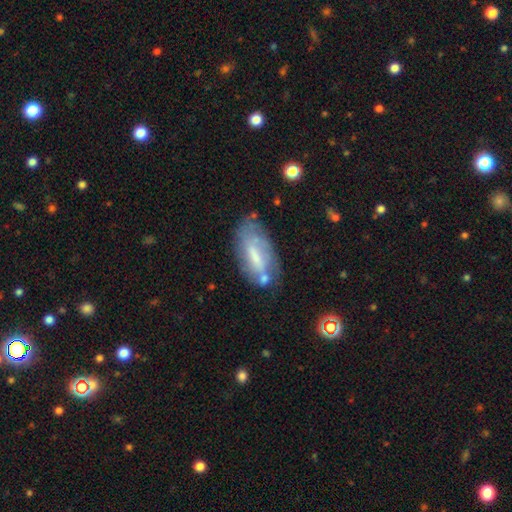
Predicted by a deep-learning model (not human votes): Overall: smooth (47%; featured or disk 45%). Merging: none (52%; minor disturbance 26%).